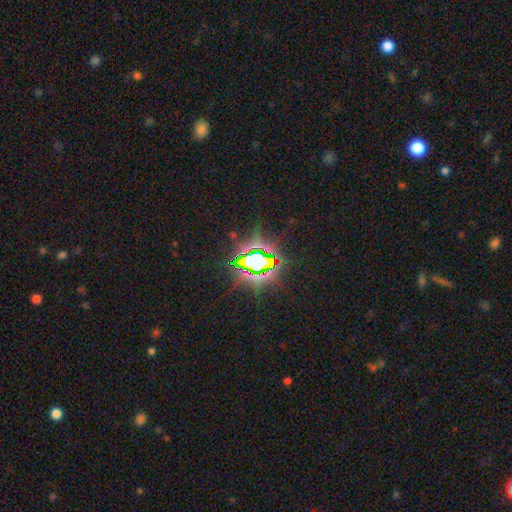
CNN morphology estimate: Smooth or featured? star or artifact (82%)